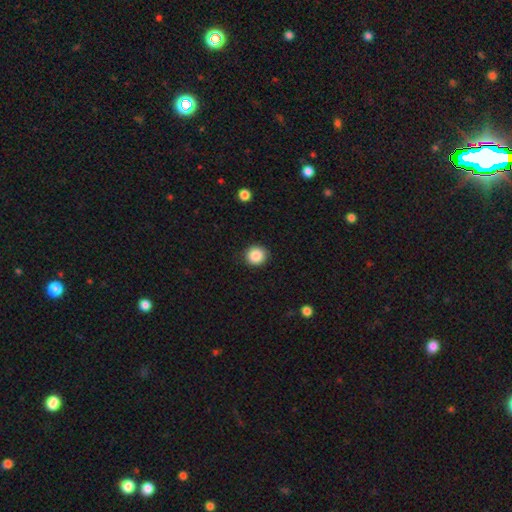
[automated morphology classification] Smooth or featured? smooth (87%)
How rounded? round (92%)
Merging? none (91%)